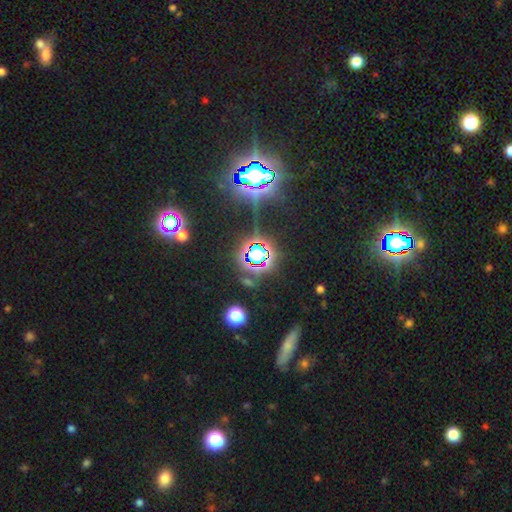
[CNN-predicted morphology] Q: Smooth or featured?
A: star or artifact (77%); runner-up: smooth (14%)